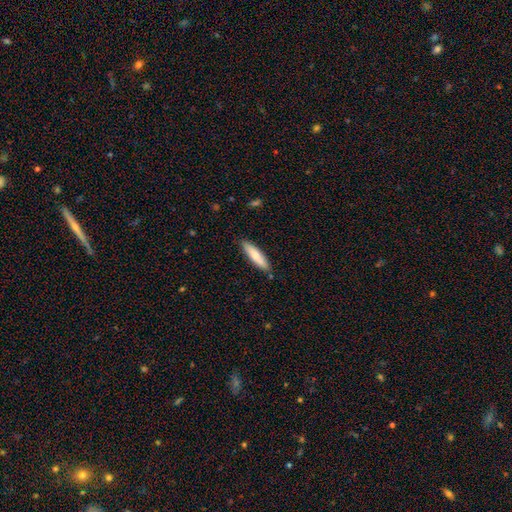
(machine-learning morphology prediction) A smooth galaxy with no disk features (74%) that is cigar-shaped (75%).

Vote fractions:
- Smooth or featured? smooth: 74% / featured or disk: 21% / star or artifact: 6%
- How rounded? cigar-shaped: 75% / in between: 24% / round: 1%
- Merging? none: 85% / minor disturbance: 11% / major disturbance: 2% / merger: 2%